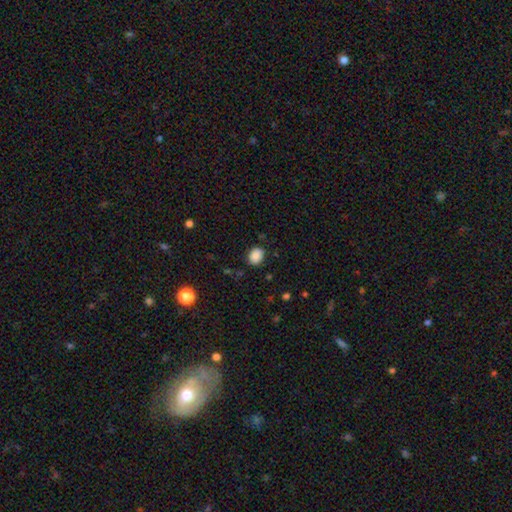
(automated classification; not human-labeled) Q: Smooth or featured?
A: smooth (87%); runner-up: star or artifact (9%)
Q: How rounded?
A: in between (56%); runner-up: round (44%)
Q: Merging?
A: none (85%); runner-up: minor disturbance (11%)